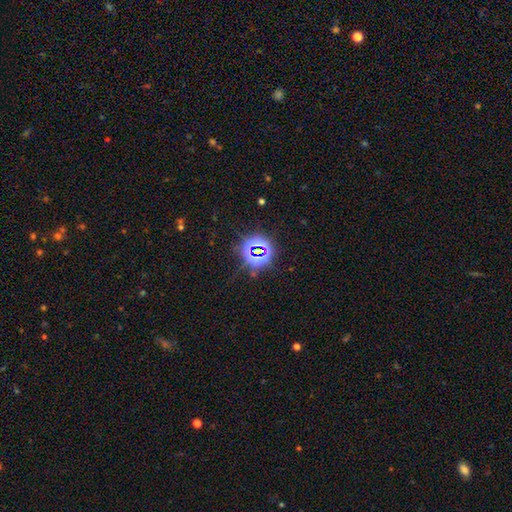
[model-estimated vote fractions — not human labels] smooth_or_featured: star or artifact (p=0.74) [alt: smooth p=0.17]